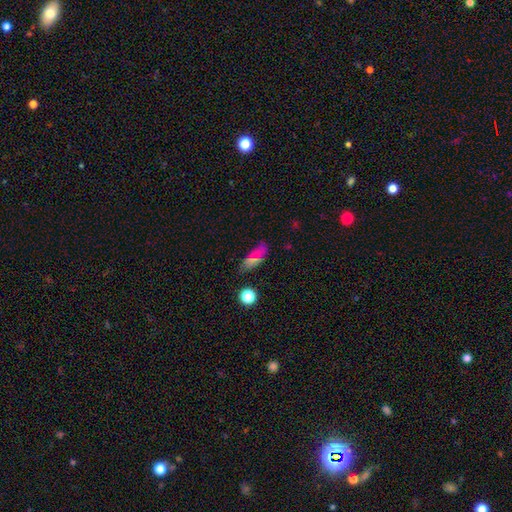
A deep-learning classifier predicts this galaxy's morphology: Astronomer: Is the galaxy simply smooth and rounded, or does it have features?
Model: smooth — 65%.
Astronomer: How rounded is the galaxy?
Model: in between — 72%.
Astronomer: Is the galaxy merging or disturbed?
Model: none — 73%.